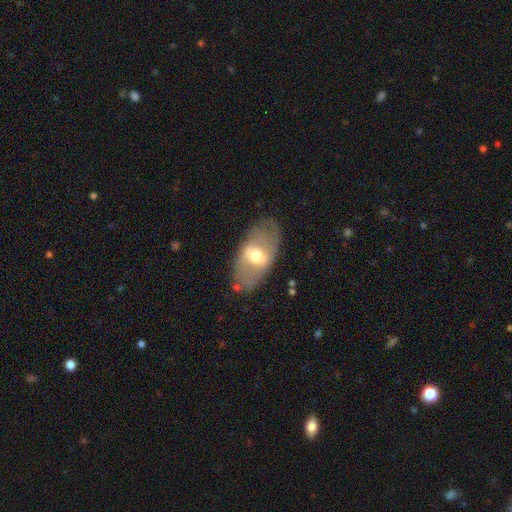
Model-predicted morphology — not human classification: smooth-or-featured: featured or disk: 52% | smooth: 41% | star or artifact: 7%
  disk-edge-on: no: 84% | yes: 16%
  merging: none: 76% | minor disturbance: 15% | major disturbance: 7% | merger: 2%